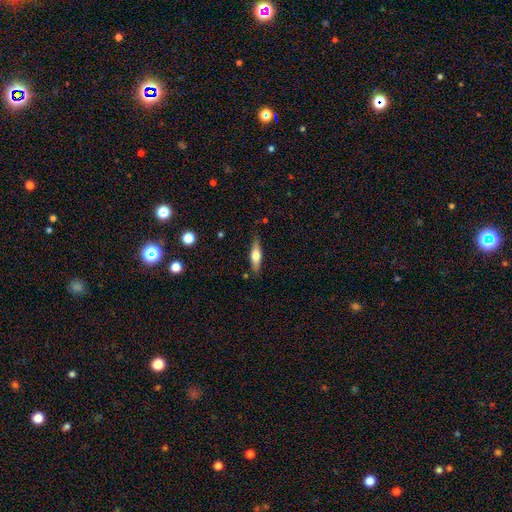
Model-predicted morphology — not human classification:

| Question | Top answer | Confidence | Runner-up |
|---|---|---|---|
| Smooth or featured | smooth | 47% | tied: featured or disk (47%) |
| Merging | none | 84% | minor disturbance (12%) |